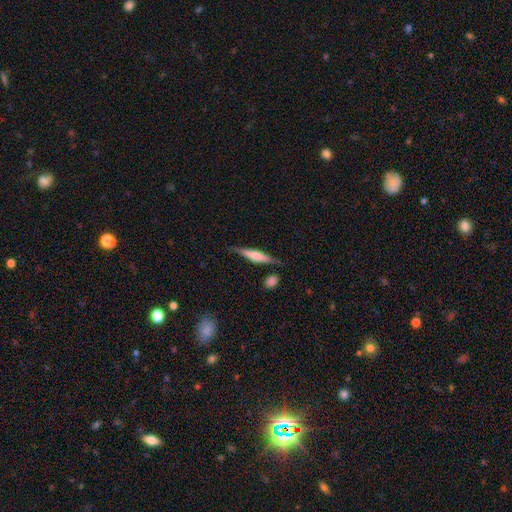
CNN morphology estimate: The model was most divided on "smooth or featured": featured or disk: 59%, smooth: 35%, star or artifact: 6%. More confident: edge-on disk — yes (97%); merging — none (82%); edge-on bulge — rounded (65%).